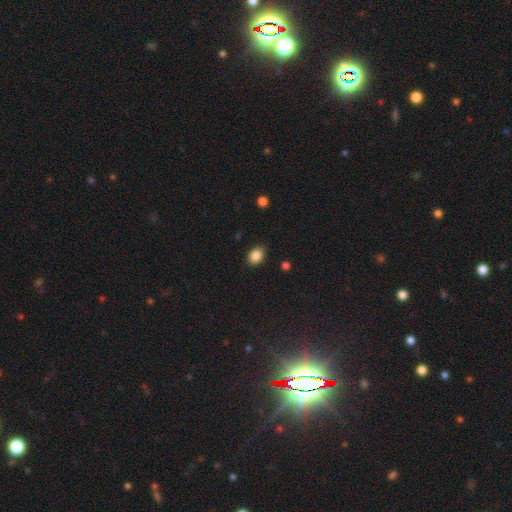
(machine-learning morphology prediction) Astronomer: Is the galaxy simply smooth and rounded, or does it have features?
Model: smooth — 87%.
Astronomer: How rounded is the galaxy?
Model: in between — 77%.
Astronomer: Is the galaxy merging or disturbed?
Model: none — 86%.